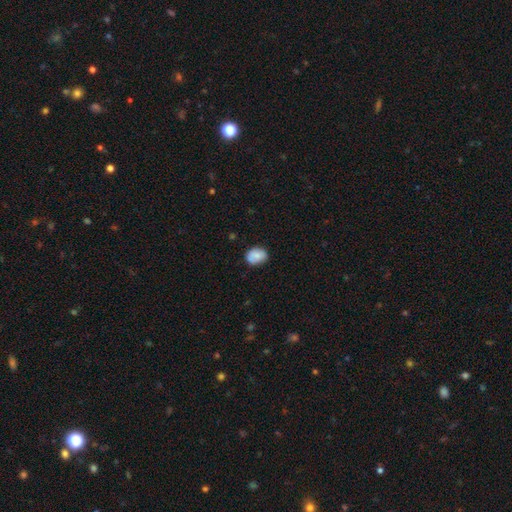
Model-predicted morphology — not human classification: Smooth or featured?
  - smooth: 82% *
  - featured or disk: 10%
  - star or artifact: 8%
How rounded?
  - in between: 57% *
  - round: 42%
  - cigar-shaped: 1%
Merging?
  - none: 75% *
  - minor disturbance: 20%
  - major disturbance: 3%
  - merger: 2%